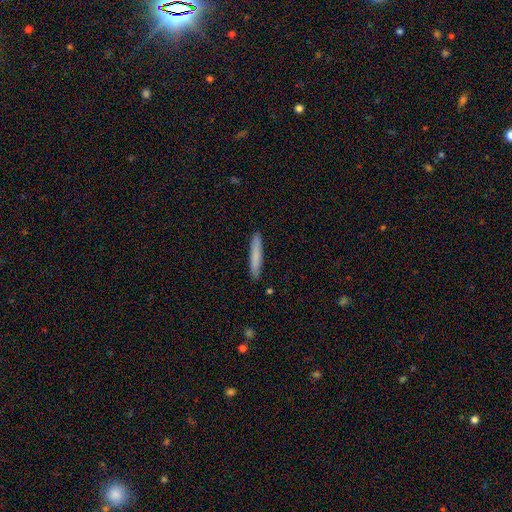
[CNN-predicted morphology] Smooth or featured? smooth (77%)
How rounded? cigar-shaped (95%)
Merging? none (90%)